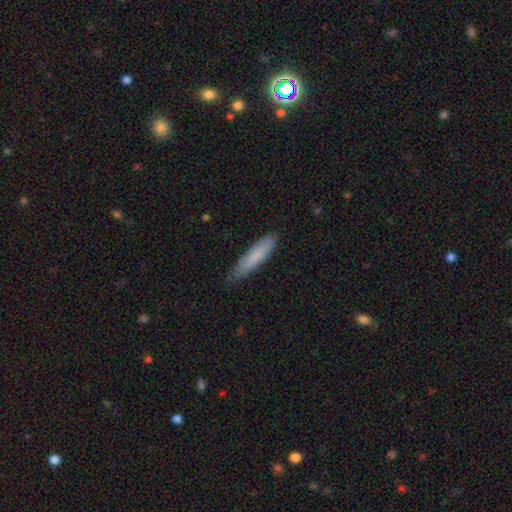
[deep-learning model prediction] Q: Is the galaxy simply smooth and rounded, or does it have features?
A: smooth — 80%.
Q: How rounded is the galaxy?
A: cigar-shaped — 81%.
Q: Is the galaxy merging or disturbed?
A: none — 76%.